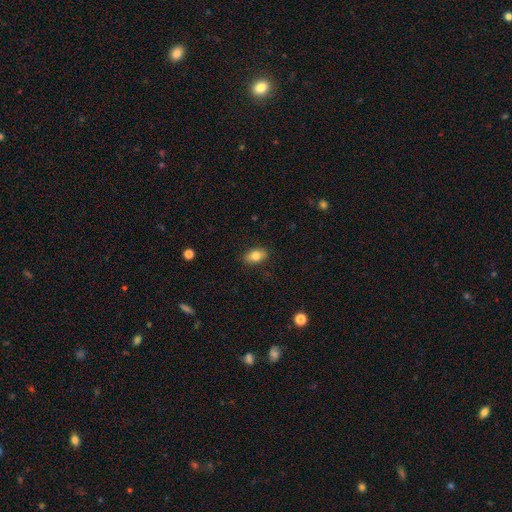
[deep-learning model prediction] Morphology: type=smooth (81%); roundness=in between (86%); merging=none (87%).